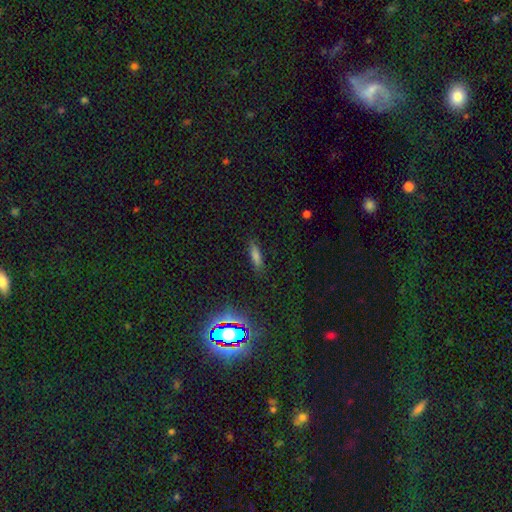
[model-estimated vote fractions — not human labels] Smooth or featured? smooth (68%)
How rounded? cigar-shaped (58%)
Merging? none (84%)